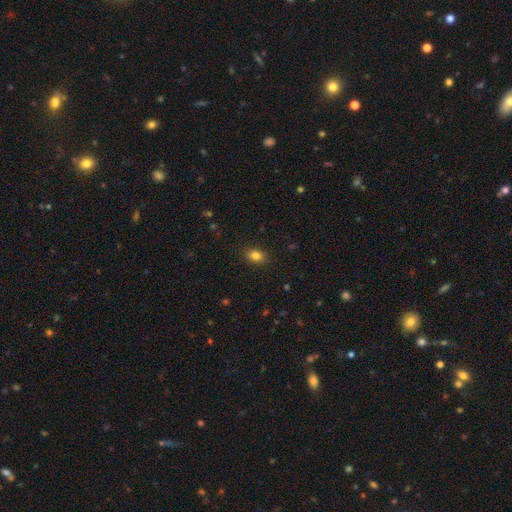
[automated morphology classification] The model was most divided on "how rounded": in between: 74%, round: 25%, cigar-shaped: 2%. More confident: merging — none (88%); smooth or featured — smooth (83%).